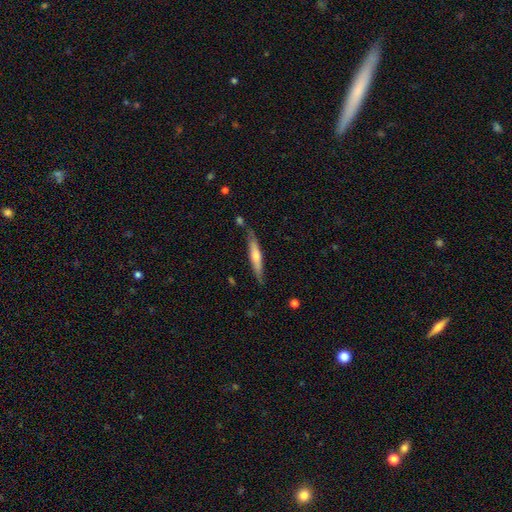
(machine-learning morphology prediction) type=smooth (50%); merging=none (76%).